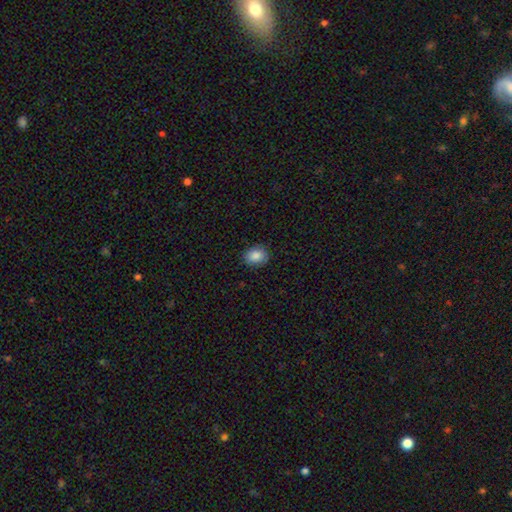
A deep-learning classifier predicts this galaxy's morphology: Overall: smooth (87%). How rounded: in between (61%; round 38%). Merging: none (88%).